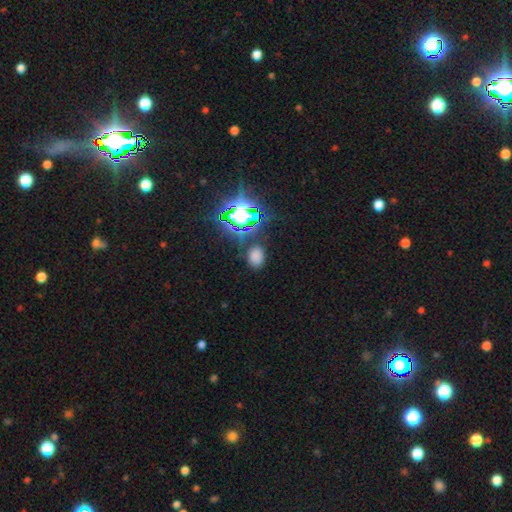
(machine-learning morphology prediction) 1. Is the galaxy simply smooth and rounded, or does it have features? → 64% smooth, 29% star or artifact, 7% featured or disk.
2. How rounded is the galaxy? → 72% in between, 27% round, 1% cigar-shaped.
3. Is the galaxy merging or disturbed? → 79% none, 13% minor disturbance, 4% major disturbance, 4% merger.